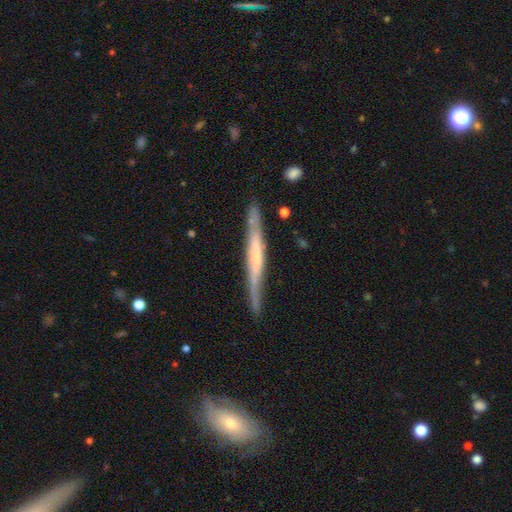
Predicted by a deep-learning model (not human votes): Overall: featured or disk (64%; smooth 31%). Edge-on disk: yes (93%). Edge-on bulge: none (60%; boxy 20%). Merging: none (79%).